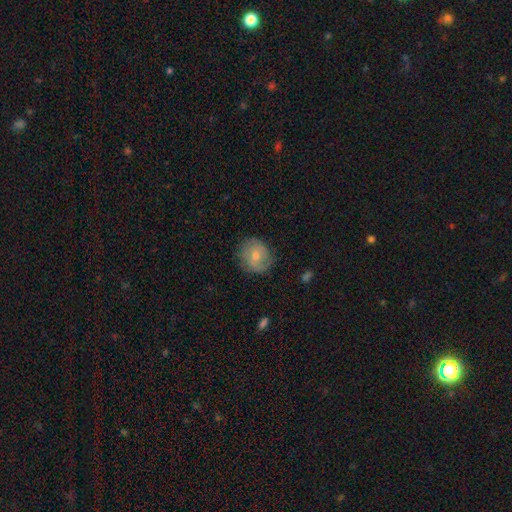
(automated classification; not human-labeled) Q: Smooth or featured?
A: smooth (56%); runner-up: featured or disk (37%)
Q: How rounded?
A: round (82%); runner-up: in between (17%)
Q: Merging?
A: none (76%); runner-up: minor disturbance (18%)